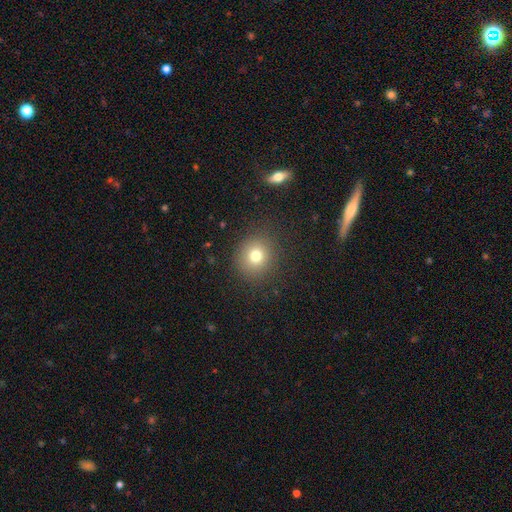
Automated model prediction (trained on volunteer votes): A smooth galaxy with no disk features (76%) that is round (88%).

Vote fractions:
- Smooth or featured? smooth: 76% / star or artifact: 15% / featured or disk: 9%
- How rounded? round: 88% / in between: 11% / cigar-shaped: 1%
- Merging? none: 87% / minor disturbance: 8% / major disturbance: 4% / merger: 1%